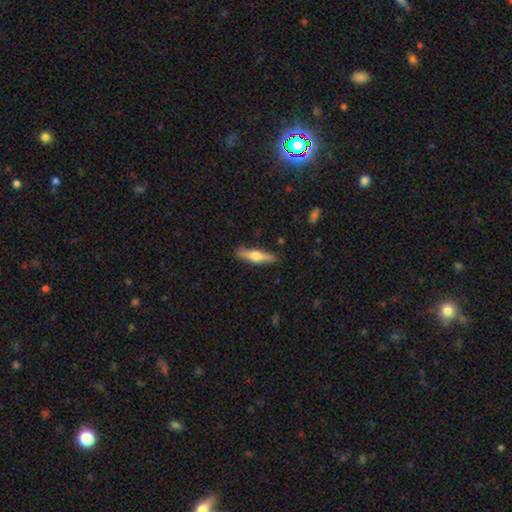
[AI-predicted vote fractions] The model was most divided on "smooth or featured": smooth: 49%, featured or disk: 46%, star or artifact: 6%. More confident: merging — none (86%).